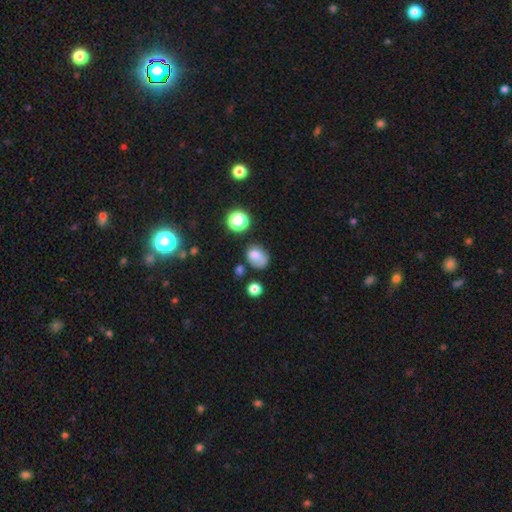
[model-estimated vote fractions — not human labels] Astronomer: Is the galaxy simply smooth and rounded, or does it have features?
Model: smooth — 75%.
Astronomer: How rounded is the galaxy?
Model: in between — 64%.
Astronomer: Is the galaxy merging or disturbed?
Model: none — 49% (runner-up: minor disturbance, 29%).